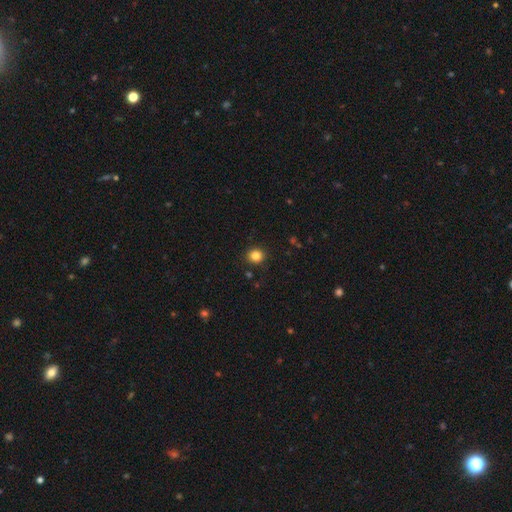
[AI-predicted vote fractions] A smooth galaxy with no disk features (84%) that is round (84%).

Vote fractions:
- Smooth or featured? smooth: 84% / star or artifact: 12% / featured or disk: 4%
- How rounded? round: 84% / in between: 15% / cigar-shaped: 1%
- Merging? none: 90% / minor disturbance: 7% / major disturbance: 2% / merger: 1%